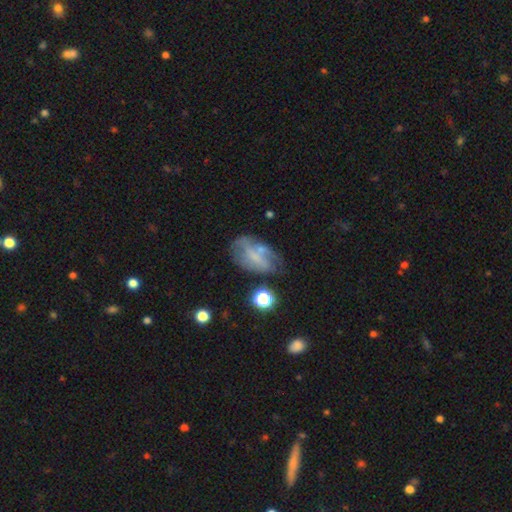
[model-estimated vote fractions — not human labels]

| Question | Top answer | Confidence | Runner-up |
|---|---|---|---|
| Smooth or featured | featured or disk | 53% | smooth (35%) |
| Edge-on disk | no | 95% | yes (5%) |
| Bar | no | 60% | weak (28%) |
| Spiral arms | no | 53% | yes (47%) |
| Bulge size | none | 55% | small (29%) |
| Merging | none | 42% | minor disturbance (26%) |